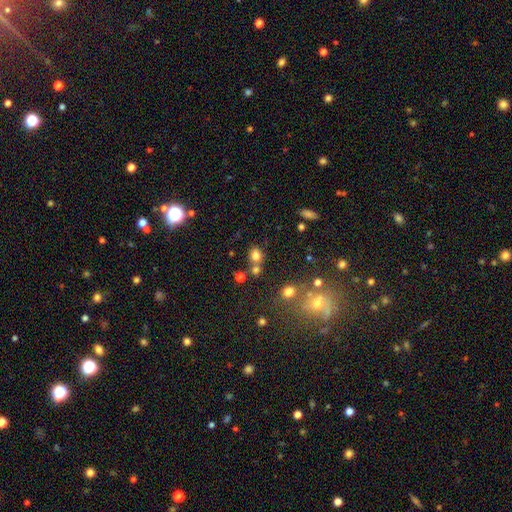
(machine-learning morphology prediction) Q: Smooth or featured?
A: smooth (74%); runner-up: star or artifact (17%)
Q: How rounded?
A: round (67%); runner-up: in between (32%)
Q: Merging?
A: none (56%); runner-up: merger (28%)